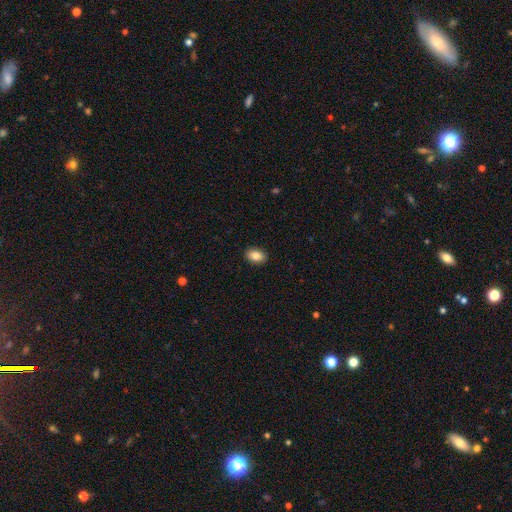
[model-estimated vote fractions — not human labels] This appears to be a smooth galaxy with no disk features (86%) that is in between round and cigar-shaped (87%). Merging: none (91%).